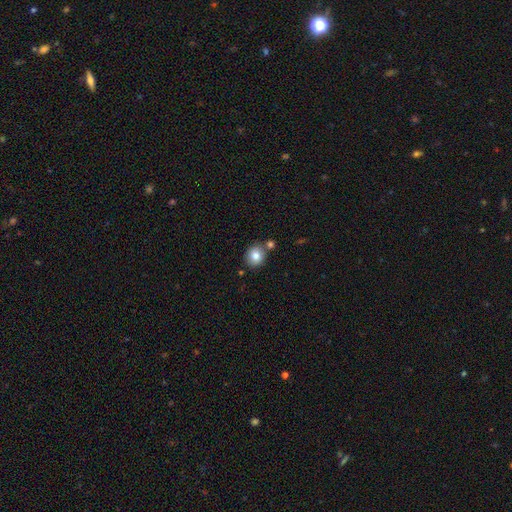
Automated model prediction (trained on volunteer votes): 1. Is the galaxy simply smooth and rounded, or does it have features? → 82% smooth, 9% star or artifact, 8% featured or disk.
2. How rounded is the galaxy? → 79% round, 20% in between, 1% cigar-shaped.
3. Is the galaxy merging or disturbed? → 74% none, 14% merger, 10% minor disturbance, 3% major disturbance.